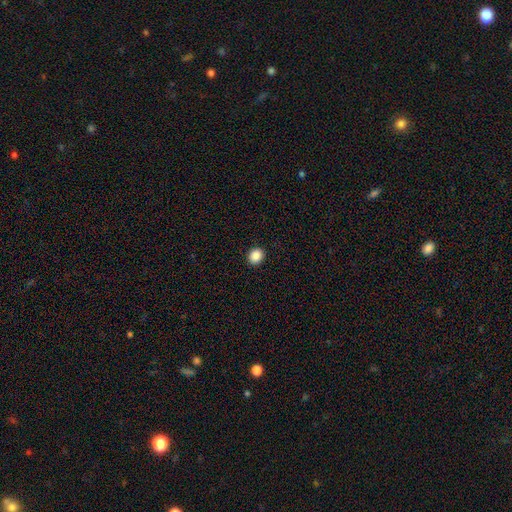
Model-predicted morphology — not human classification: Overall: smooth (88%). How rounded: round (71%). Merging: none (92%).